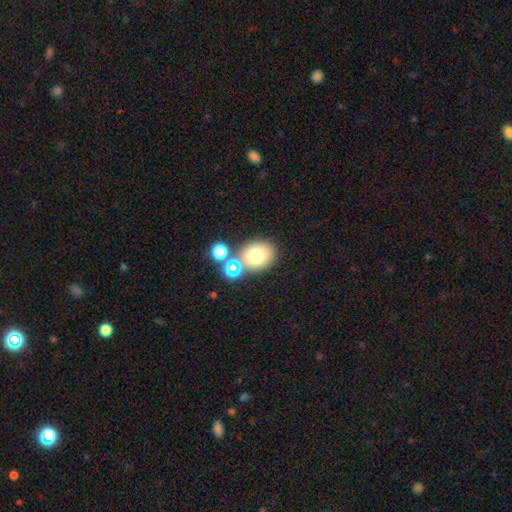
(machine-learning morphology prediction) A smooth galaxy with no disk features (72%) that is round (58%). Merging: none (64%).